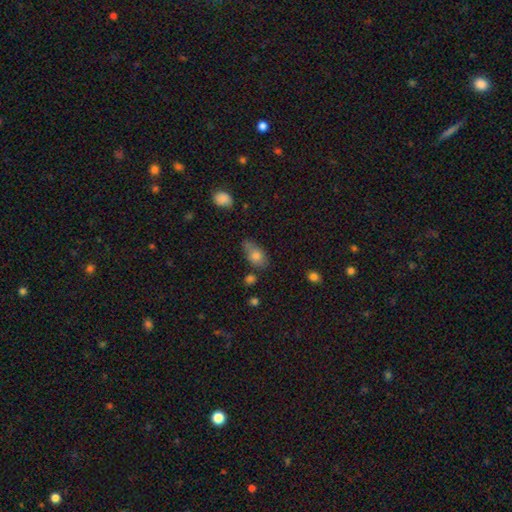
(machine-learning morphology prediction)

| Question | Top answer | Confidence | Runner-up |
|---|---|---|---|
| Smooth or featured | smooth | 77% | featured or disk (12%) |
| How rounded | in between | 82% | round (14%) |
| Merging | none | 55% | minor disturbance (28%) |